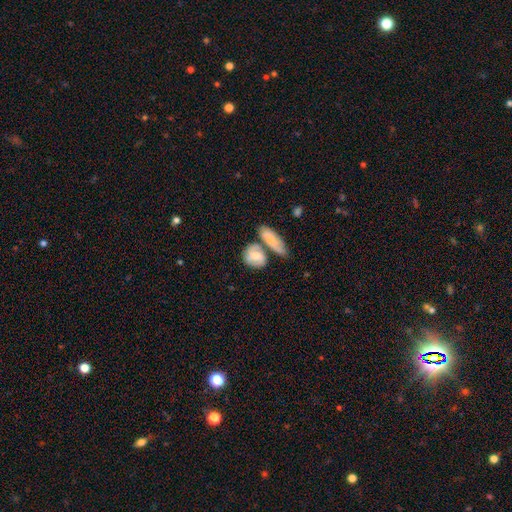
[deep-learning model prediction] Q: Smooth or featured?
A: smooth (70%); runner-up: featured or disk (24%)
Q: How rounded?
A: in between (56%); runner-up: round (38%)
Q: Merging?
A: merger (39%); runner-up: none (37%)